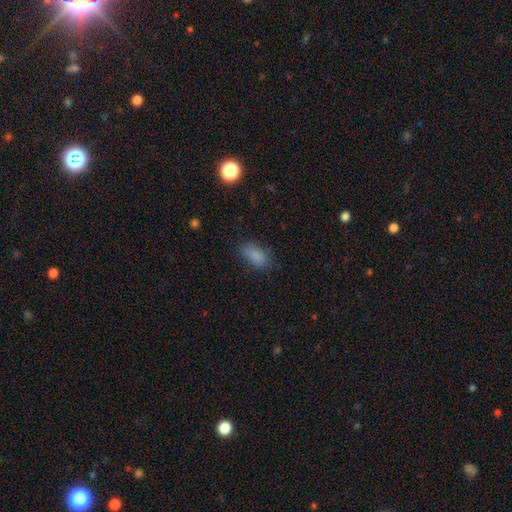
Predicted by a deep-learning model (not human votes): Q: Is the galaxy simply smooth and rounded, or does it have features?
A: smooth — 83%.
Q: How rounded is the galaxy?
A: in between — 90%.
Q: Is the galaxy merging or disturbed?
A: none — 72%.